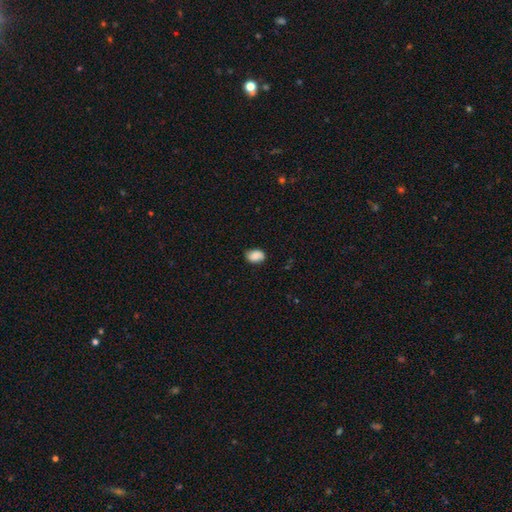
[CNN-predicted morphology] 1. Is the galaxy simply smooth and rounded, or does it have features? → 86% smooth, 8% star or artifact, 7% featured or disk.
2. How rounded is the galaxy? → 82% in between, 17% round, 1% cigar-shaped.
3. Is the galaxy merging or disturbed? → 77% none, 18% minor disturbance, 3% major disturbance, 1% merger.